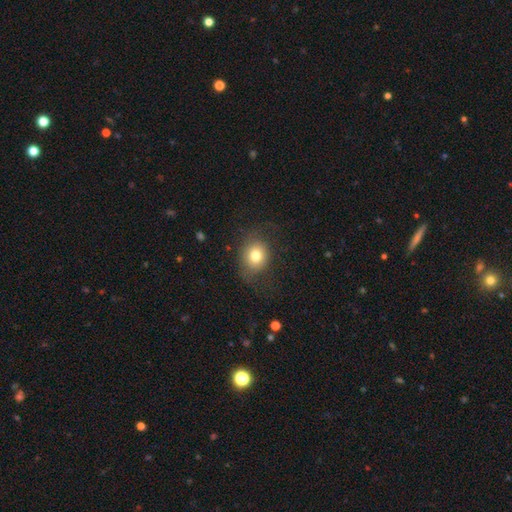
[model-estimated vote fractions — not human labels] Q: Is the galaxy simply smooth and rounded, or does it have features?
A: smooth — 77%.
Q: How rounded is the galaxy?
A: round — 60%.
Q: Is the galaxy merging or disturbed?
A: none — 69%.